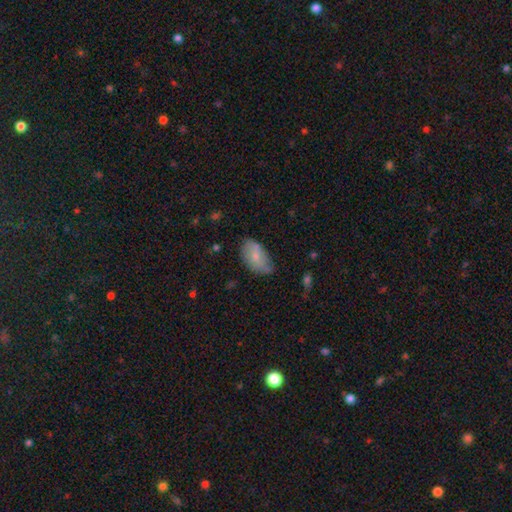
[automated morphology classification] Q: Smooth or featured?
A: smooth (69%); runner-up: featured or disk (24%)
Q: How rounded?
A: in between (93%); runner-up: round (5%)
Q: Merging?
A: none (59%); runner-up: minor disturbance (30%)